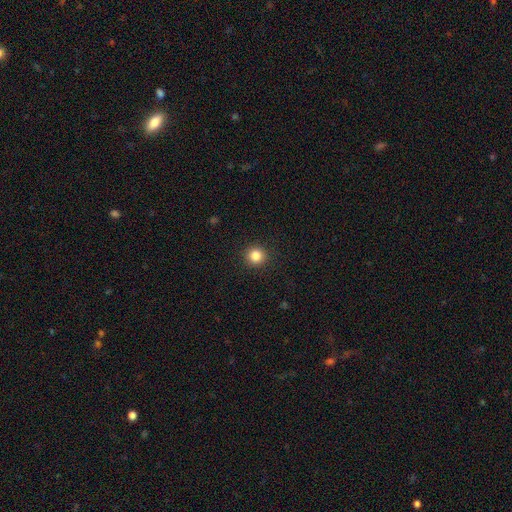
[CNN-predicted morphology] Q: Smooth or featured?
A: smooth (84%); runner-up: star or artifact (12%)
Q: How rounded?
A: round (94%); runner-up: in between (5%)
Q: Merging?
A: none (92%); runner-up: minor disturbance (5%)